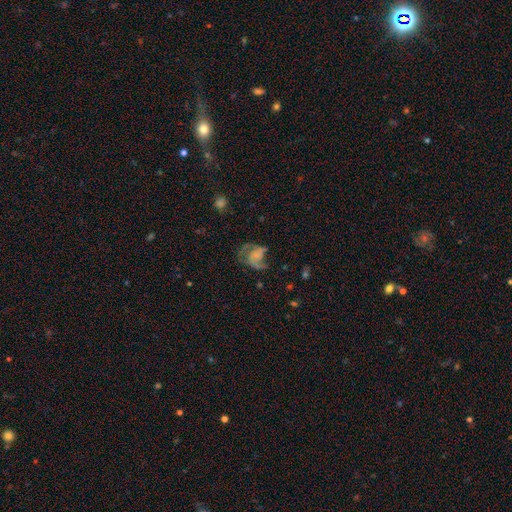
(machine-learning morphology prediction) This is possibly a featured or disk galaxy (55%). It is clearly not viewed edge-on (98%). Bar: likely no (77%). Spiral arm pattern: likely yes (66%). Central bulge: likely none (68%). Merging: possibly major disturbance (46%).